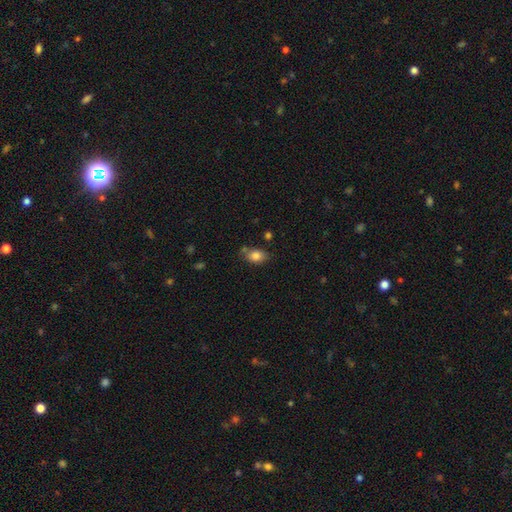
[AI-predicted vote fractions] smooth_or_featured: smooth (p=0.83) [alt: star or artifact p=0.09]
how_rounded: in between (p=0.80) [alt: round p=0.18]
merging: none (p=0.64) [alt: minor disturbance p=0.21]